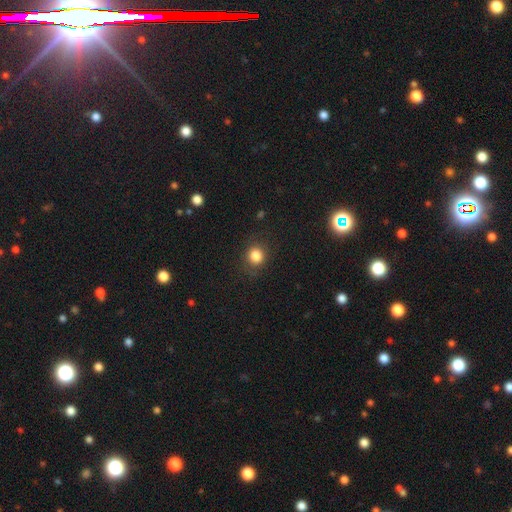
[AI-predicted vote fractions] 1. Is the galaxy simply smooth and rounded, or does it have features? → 84% smooth, 11% star or artifact, 5% featured or disk.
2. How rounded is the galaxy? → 83% round, 16% in between, 1% cigar-shaped.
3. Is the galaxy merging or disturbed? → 86% none, 10% minor disturbance, 4% major disturbance, 1% merger.